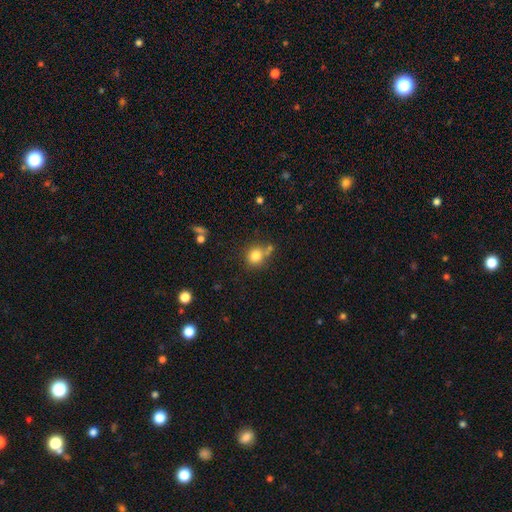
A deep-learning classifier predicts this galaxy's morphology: smooth_or_featured: smooth (p=0.81) [alt: star or artifact p=0.12]
how_rounded: round (p=0.84) [alt: in between p=0.15]
merging: none (p=0.64) [alt: merger p=0.17]